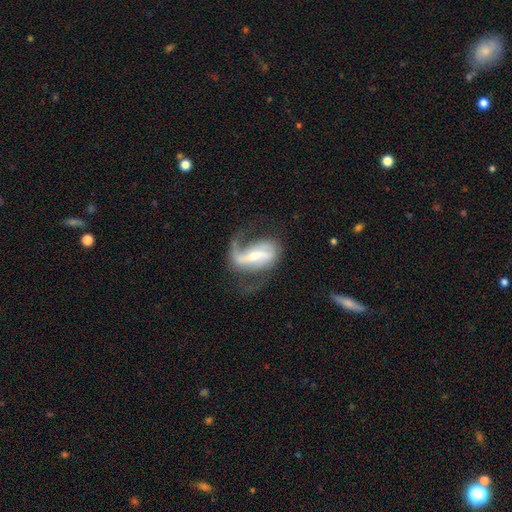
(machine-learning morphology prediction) Smooth or featured?
  - featured or disk: 82% *
  - smooth: 12%
  - star or artifact: 6%
Edge-on disk?
  - no: 95% *
  - yes: 5%
Bar?
  - strong: 48% *
  - weak: 36%
  - no: 17%
Spiral arms?
  - yes: 92% *
  - no: 8%
Spiral winding?
  - loose: 60% *
  - medium: 31%
  - tight: 9%
Spiral arm count?
  - 2: 62% *
  - 1: 31%
  - can't tell: 4%
  - 3: 1%
  - 4: 1%
  - more than 4: 1%
Bulge size?
  - small: 46% *
  - moderate: 42%
  - large: 6%
  - none: 4%
  - dominant: 2%
Merging?
  - none: 44% *
  - major disturbance: 33%
  - minor disturbance: 21%
  - merger: 3%